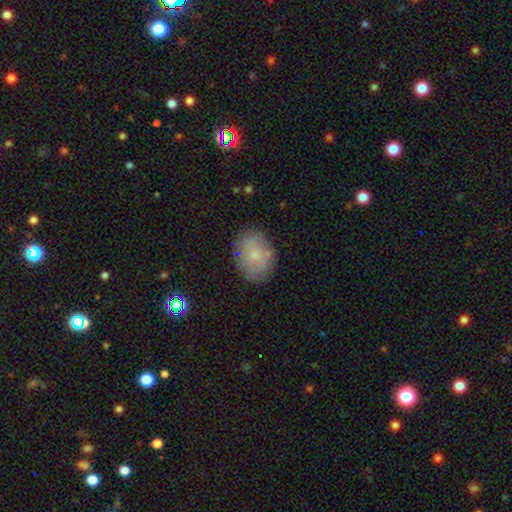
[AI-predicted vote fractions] Overall: smooth (69%). How rounded: in between (63%; round 36%). Merging: none (75%).